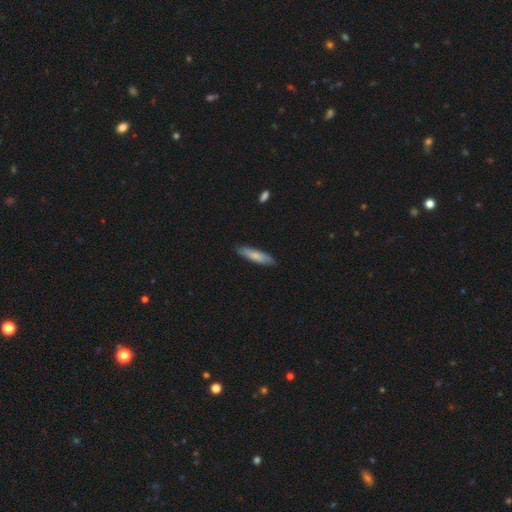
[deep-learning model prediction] smooth-or-featured: smooth: 74% | featured or disk: 21% | star or artifact: 5%
  how-rounded: cigar-shaped: 73% | in between: 26% | round: 2%
  merging: none: 86% | minor disturbance: 12% | major disturbance: 2% | merger: 1%